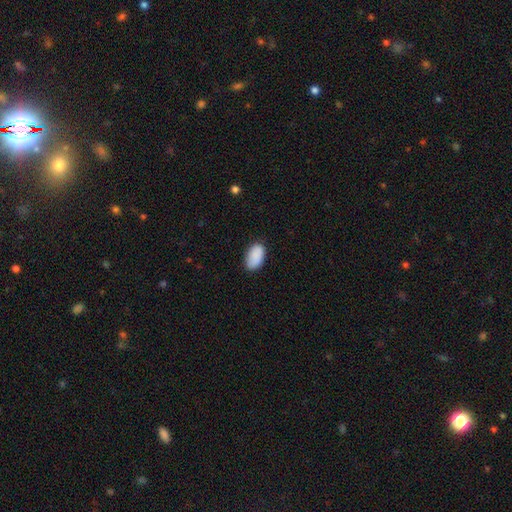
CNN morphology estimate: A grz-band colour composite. It shows a smooth galaxy with no disk features (89%) that is in between round and cigar-shaped (94%). Merging: none (79%).